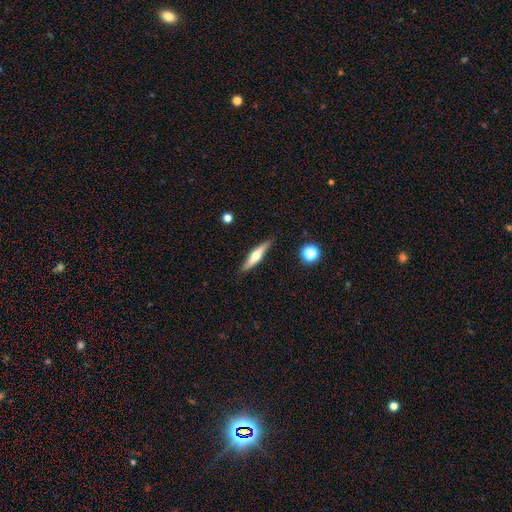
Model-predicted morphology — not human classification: Smooth or featured? Predicted: featured or disk (p=0.58). Edge-on disk? Predicted: yes (p=0.93). Edge-on bulge? Predicted: rounded (p=0.92). Merging? Predicted: none (p=0.85).